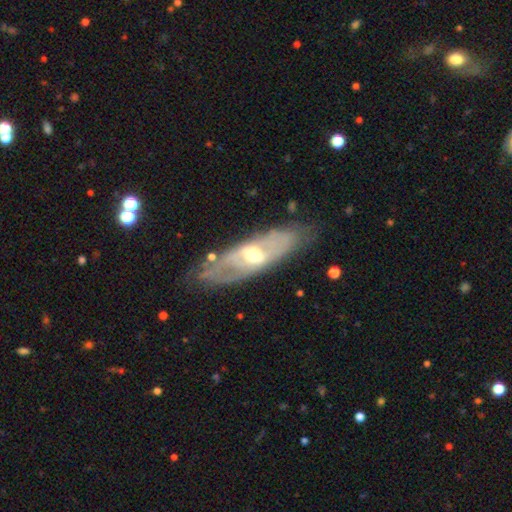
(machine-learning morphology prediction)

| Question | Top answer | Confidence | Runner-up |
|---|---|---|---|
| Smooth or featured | featured or disk | 74% | smooth (20%) |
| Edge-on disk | no | 75% | yes (25%) |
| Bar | no | 46% | weak (37%) |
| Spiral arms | yes | 56% | no (44%) |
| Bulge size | moderate | 70% | small (20%) |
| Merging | none | 74% | minor disturbance (17%) |